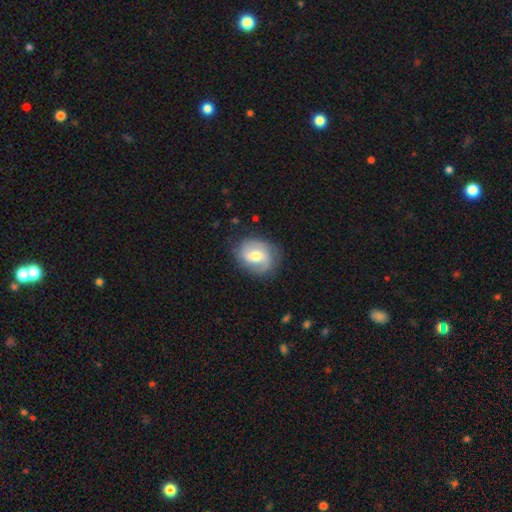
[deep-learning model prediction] Overall: featured or disk (59%; smooth 34%). Edge-on disk: no (97%). Bar: weak (47%; no 38%). Spiral arms: yes (83%). Bulge size: moderate (67%). Merging: none (75%).